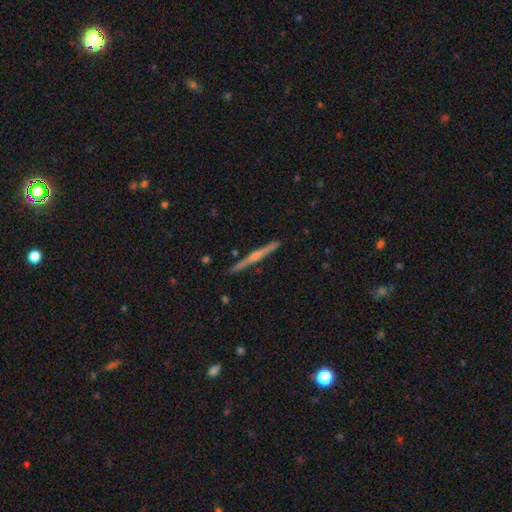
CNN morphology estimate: Smooth or featured: featured or disk — 75% (smooth — 19%)
Edge-on disk: yes — 98% (no — 2%)
Edge-on bulge: rounded — 75% (none — 16%)
Merging: none — 92% (minor disturbance — 6%)